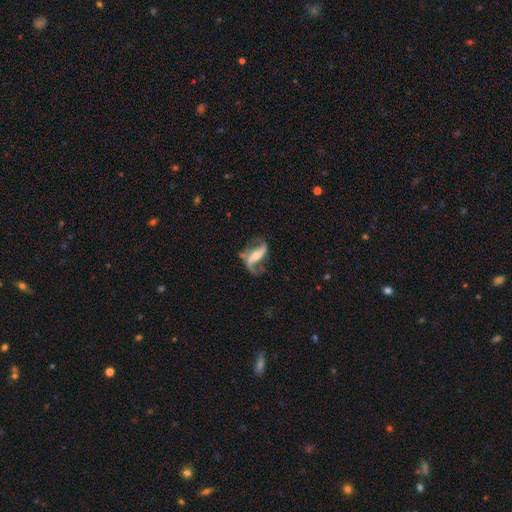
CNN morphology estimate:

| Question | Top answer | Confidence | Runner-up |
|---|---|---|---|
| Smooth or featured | featured or disk | 87% | smooth (7%) |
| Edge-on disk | no | 92% | yes (8%) |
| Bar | strong | 53% | weak (26%) |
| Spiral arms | yes | 93% | no (7%) |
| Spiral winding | loose | 77% | medium (18%) |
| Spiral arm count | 2 | 88% | 1 (6%) |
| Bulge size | moderate | 47% | tied: small (47%) |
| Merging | none | 61% | minor disturbance (18%) |